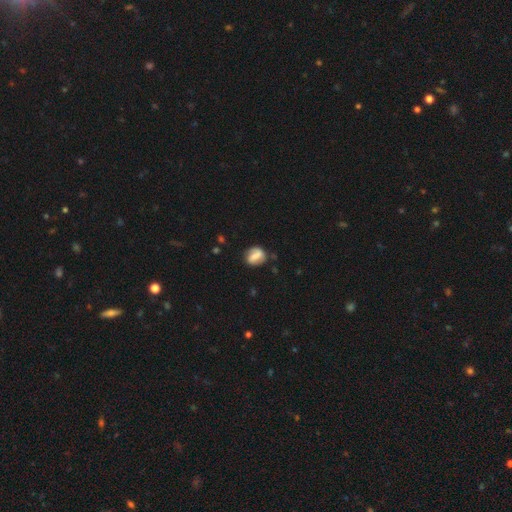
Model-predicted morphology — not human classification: Overall: smooth (49%; featured or disk 43%). Merging: none (70%).